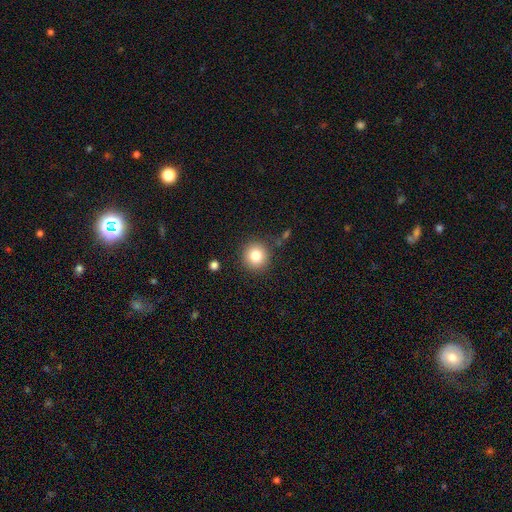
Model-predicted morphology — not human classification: smooth-or-featured: smooth: 82% | star or artifact: 10% | featured or disk: 7%
  how-rounded: round: 93% | in between: 6% | cigar-shaped: 1%
  merging: none: 86% | minor disturbance: 8% | major disturbance: 3% | merger: 3%